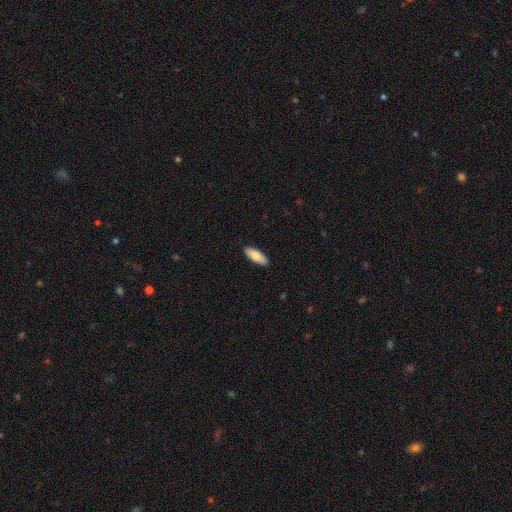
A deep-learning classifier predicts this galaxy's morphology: smooth_or_featured: smooth (p=0.82) [alt: featured or disk p=0.12]
how_rounded: in between (p=0.71) [alt: cigar-shaped p=0.27]
merging: none (p=0.90) [alt: minor disturbance p=0.08]